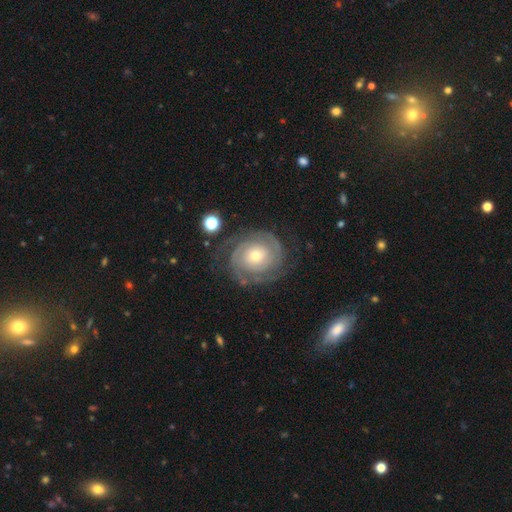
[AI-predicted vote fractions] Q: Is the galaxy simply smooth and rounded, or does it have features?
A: featured or disk — 87%.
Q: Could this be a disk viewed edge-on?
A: no — 98%.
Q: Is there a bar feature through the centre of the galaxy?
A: no — 75%.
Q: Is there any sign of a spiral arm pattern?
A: yes — 97%.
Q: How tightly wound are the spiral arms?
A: tight — 78%.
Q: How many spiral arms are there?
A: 2 — 58%.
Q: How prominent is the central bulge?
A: small — 49%.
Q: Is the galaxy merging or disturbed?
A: none — 78%.